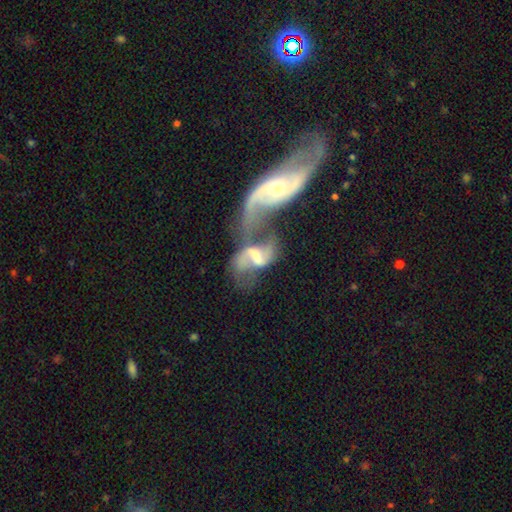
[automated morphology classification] Overall: featured or disk (79%). Edge-on disk: no (96%). Bar: weak (46%; strong 33%). Spiral arms: yes (86%). Spiral arm count: 2 (84%). Spiral winding: loose (73%). Bulge size: moderate (41%; small 32%). Merging: merger (72%).